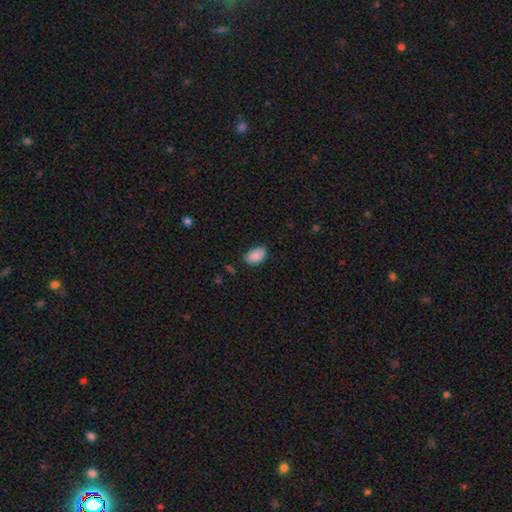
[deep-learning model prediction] The model was most divided on "merging": none: 80%, minor disturbance: 16%, major disturbance: 3%, merger: 1%. More confident: how rounded — in between (91%); smooth or featured — smooth (89%).